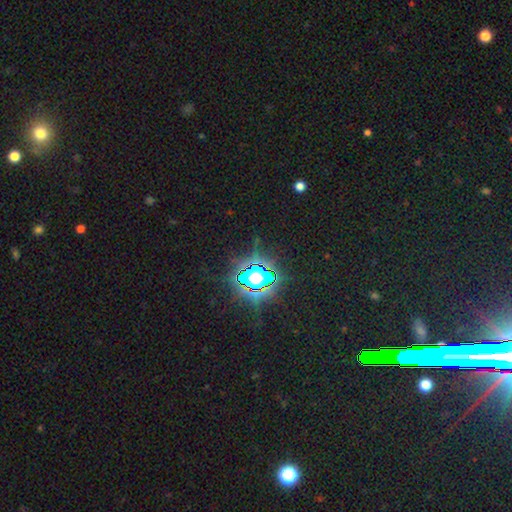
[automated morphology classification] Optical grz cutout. It shows a star or artifact, not a galaxy (80%).